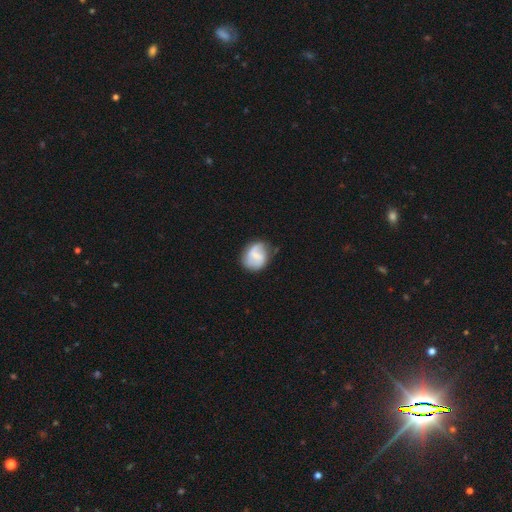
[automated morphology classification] This is possibly a featured or disk galaxy (47%). Merging: likely none (61%).